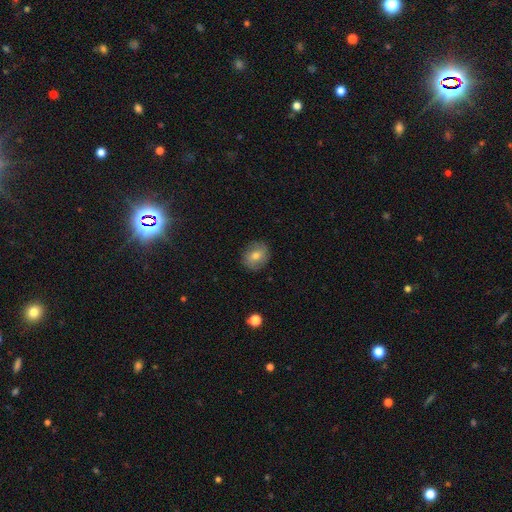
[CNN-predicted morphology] Q: Smooth or featured?
A: smooth (67%); runner-up: featured or disk (23%)
Q: How rounded?
A: round (68%); runner-up: in between (31%)
Q: Merging?
A: none (85%); runner-up: minor disturbance (11%)